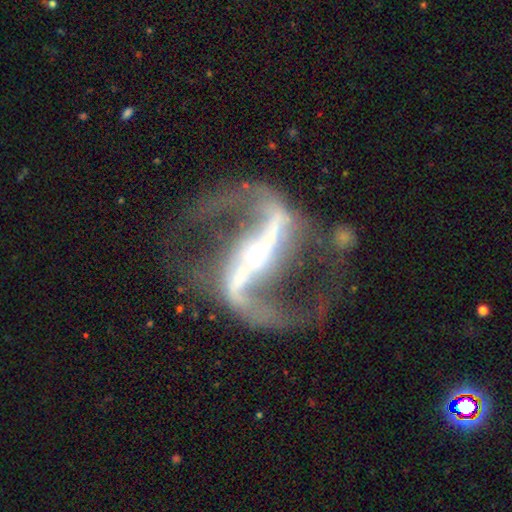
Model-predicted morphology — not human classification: smooth_or_featured: featured or disk (p=0.93) [alt: star or artifact p=0.05]
disk_edge_on: no (p=0.95) [alt: yes p=0.05]
bar: strong (p=0.79) [alt: weak p=0.13]
has_spiral_arms: yes (p=0.98) [alt: no p=0.02]
spiral_winding: loose (p=0.57) [alt: medium p=0.35]
spiral_arm_count: 2 (p=0.94) [alt: 1 p=0.01]
bulge_size: small (p=0.68) [alt: moderate p=0.27]
merging: none (p=0.72) [alt: minor disturbance p=0.13]